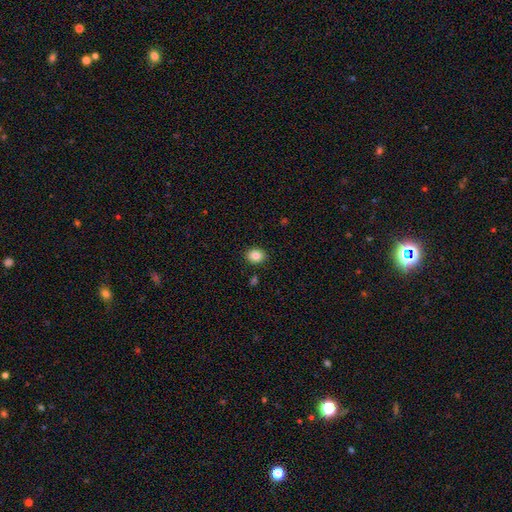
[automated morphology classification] smooth 84%, star or artifact 9%, featured or disk 6%. Down the decision tree: how rounded — round (59%); merging — none (89%).